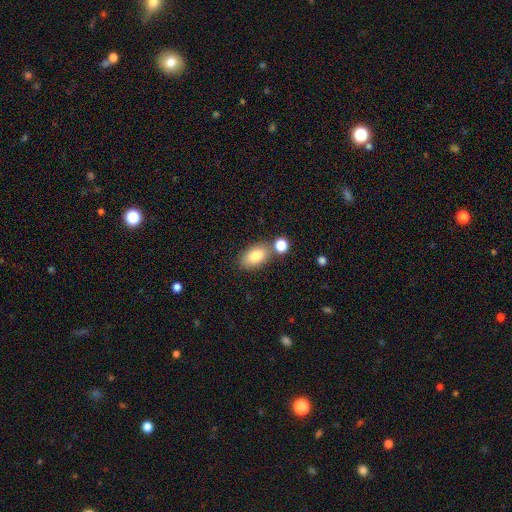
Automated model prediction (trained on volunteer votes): The model was most divided on "merging": none: 68%, merger: 16%, minor disturbance: 12%, major disturbance: 4%. More confident: how rounded — in between (91%); smooth or featured — smooth (82%).